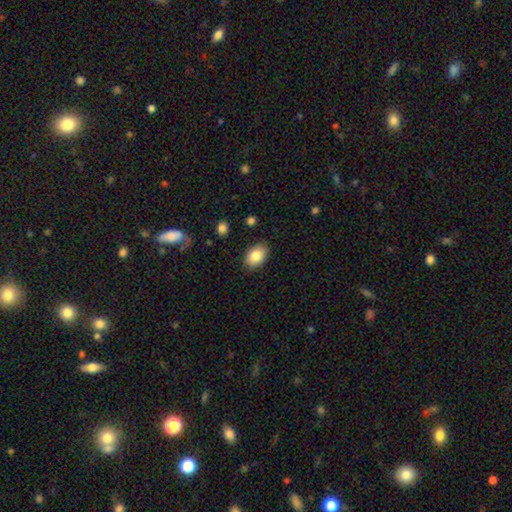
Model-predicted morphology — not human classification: A smooth galaxy with no disk features (84%) that is in between round and cigar-shaped (85%). Merging: none (86%).